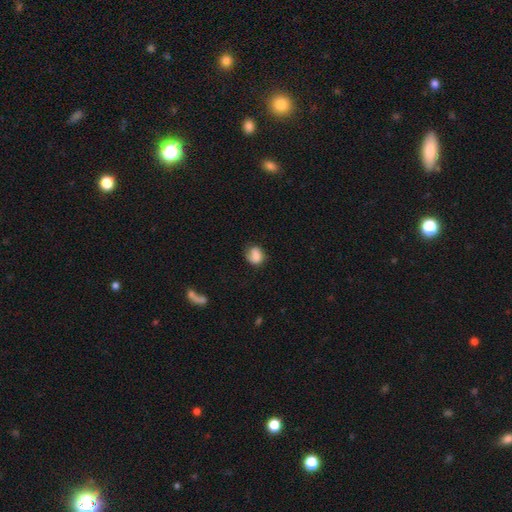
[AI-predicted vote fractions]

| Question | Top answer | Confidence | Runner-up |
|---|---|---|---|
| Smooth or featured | smooth | 70% | featured or disk (21%) |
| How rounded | round | 52% | in between (47%) |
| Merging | none | 53% | minor disturbance (29%) |